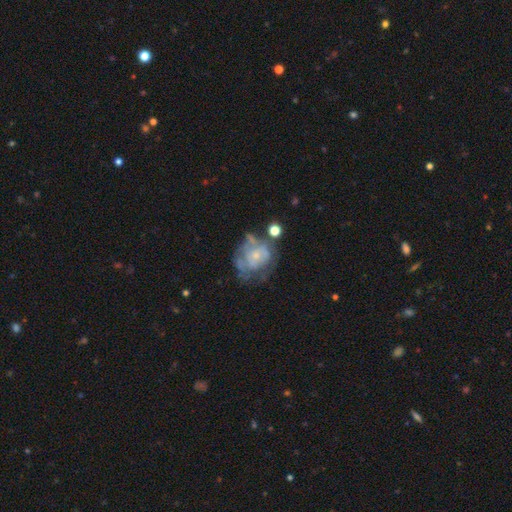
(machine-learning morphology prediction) Smooth or featured? featured or disk (64%)
Edge-on disk? no (98%)
Bar? no (85%)
Spiral arms? no (56%)
Bulge size? small (66%)
Merging? none (41%)